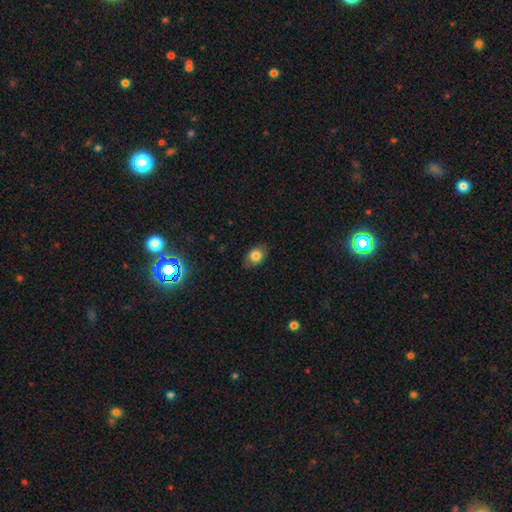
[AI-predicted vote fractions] smooth-or-featured: smooth: 78% | featured or disk: 13% | star or artifact: 9%
  how-rounded: in between: 79% | round: 20% | cigar-shaped: 1%
  merging: none: 81% | minor disturbance: 15% | major disturbance: 3% | merger: 1%